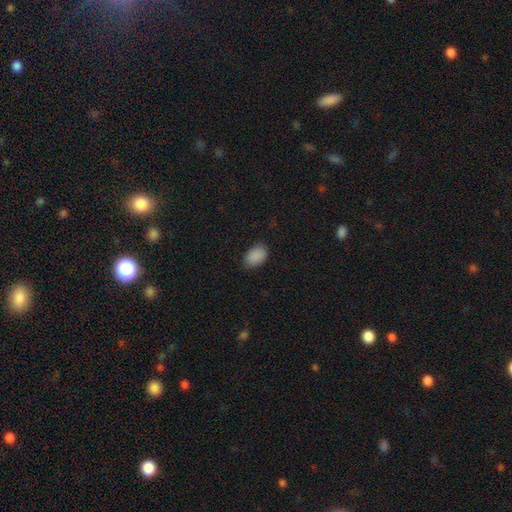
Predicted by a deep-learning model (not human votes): smooth_or_featured: smooth (p=0.90) [alt: star or artifact p=0.07]
how_rounded: in between (p=0.89) [alt: round p=0.10]
merging: none (p=0.84) [alt: minor disturbance p=0.12]